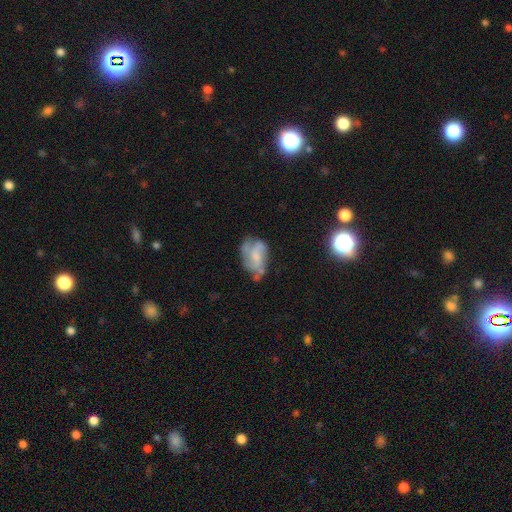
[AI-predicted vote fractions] This is likely a featured or disk galaxy (62%). It is clearly not viewed edge-on (97%). Bar: possibly no (59%). Spiral arm pattern: likely yes (73%). Central bulge: marginally small (34%). Merging: possibly none (46%).